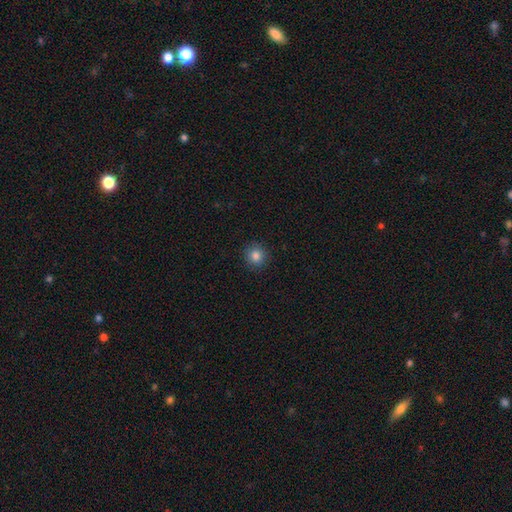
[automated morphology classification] A smooth galaxy with no disk features (84%) that is round (91%). Merging: none (91%).